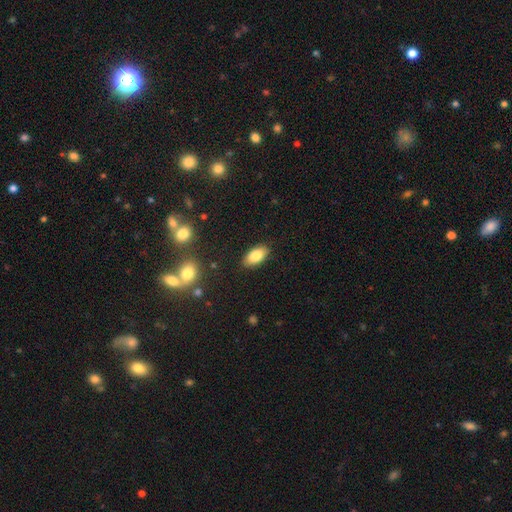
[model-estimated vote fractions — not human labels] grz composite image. It shows a smooth galaxy with no disk features (83%) that is in between round and cigar-shaped (92%). Merging: none (87%).